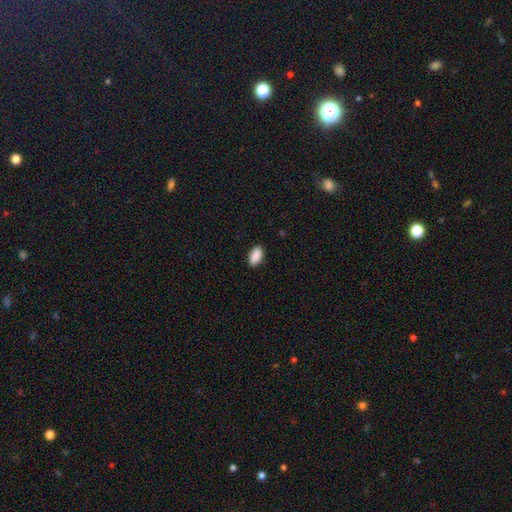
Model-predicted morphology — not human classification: The model was most divided on "merging": none: 88%, minor disturbance: 9%, major disturbance: 2%, merger: 1%. More confident: how rounded — in between (94%); smooth or featured — smooth (91%).